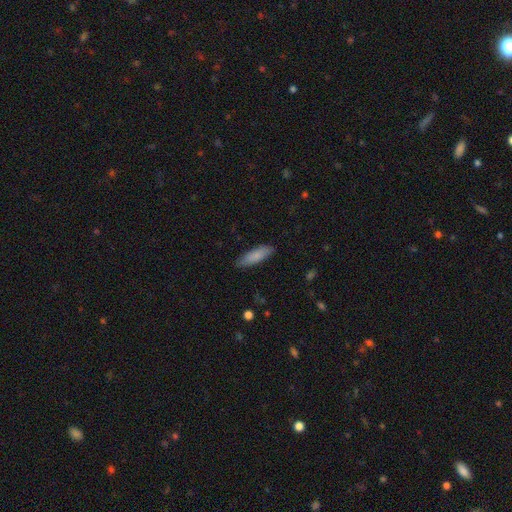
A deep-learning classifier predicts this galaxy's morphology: The model was most divided on "how rounded": cigar-shaped: 56%, in between: 42%, round: 2%. More confident: merging — none (85%); smooth or featured — smooth (84%).